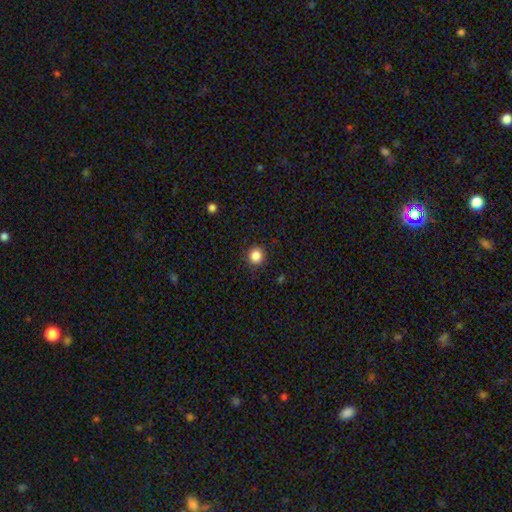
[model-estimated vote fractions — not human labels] This is clearly a smooth galaxy (86%). How rounded: clearly round (89%). Merging: clearly none (90%).